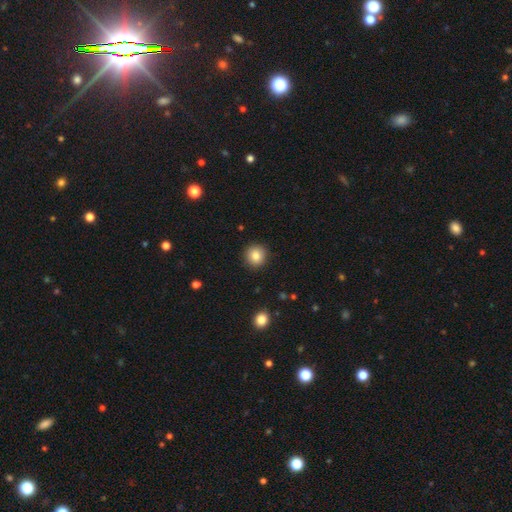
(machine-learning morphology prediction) smooth_or_featured: smooth (p=0.83) [alt: star or artifact p=0.10]
how_rounded: round (p=0.93) [alt: in between p=0.06]
merging: none (p=0.91) [alt: minor disturbance p=0.06]